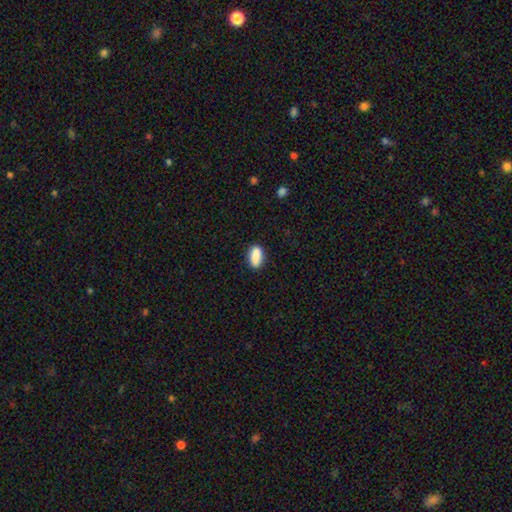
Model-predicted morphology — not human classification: smooth 88%, star or artifact 7%, featured or disk 5%. Down the decision tree: how rounded — in between (84%); merging — none (83%).